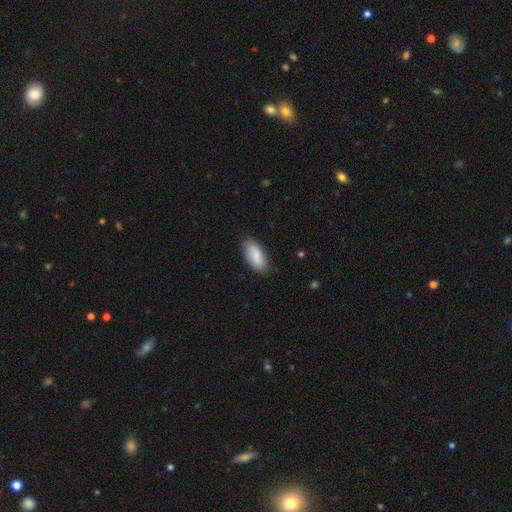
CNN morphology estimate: smooth_or_featured: smooth (p=0.80) [alt: featured or disk p=0.14]
how_rounded: in between (p=0.90) [alt: cigar-shaped p=0.08]
merging: none (p=0.78) [alt: minor disturbance p=0.17]